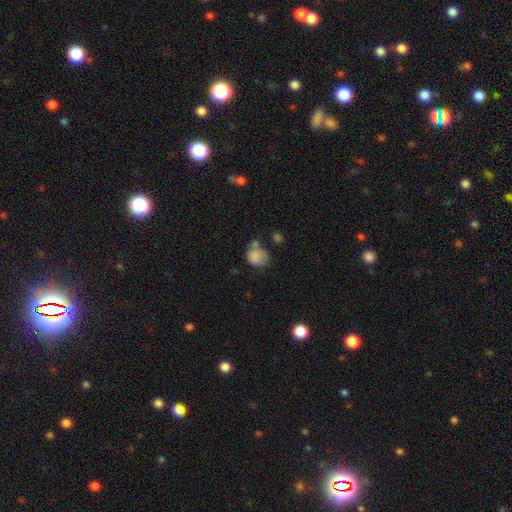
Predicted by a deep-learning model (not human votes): This is likely a smooth galaxy (79%). How rounded: likely round (61%). Merging: marginally none (39%).